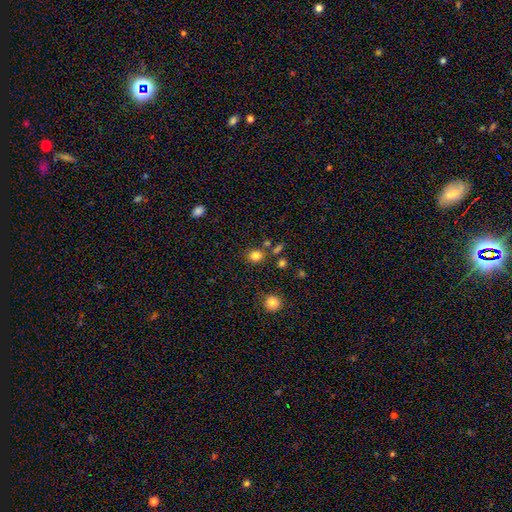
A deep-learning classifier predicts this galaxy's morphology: Smooth or featured? smooth (82%)
How rounded? round (71%)
Merging? none (79%)